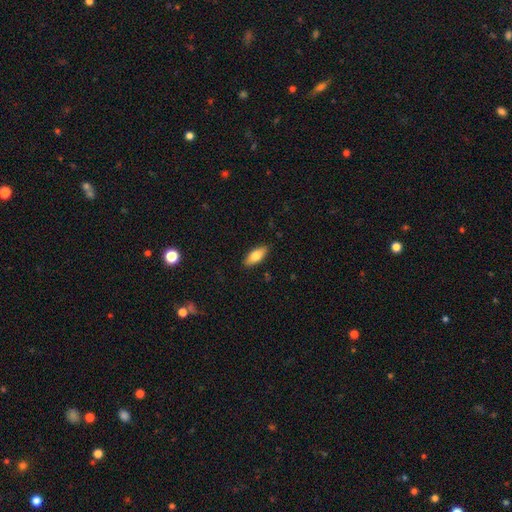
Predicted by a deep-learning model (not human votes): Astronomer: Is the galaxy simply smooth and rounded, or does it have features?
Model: smooth — 77%.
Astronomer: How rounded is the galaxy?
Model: in between — 82%.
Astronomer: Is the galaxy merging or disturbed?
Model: none — 87%.